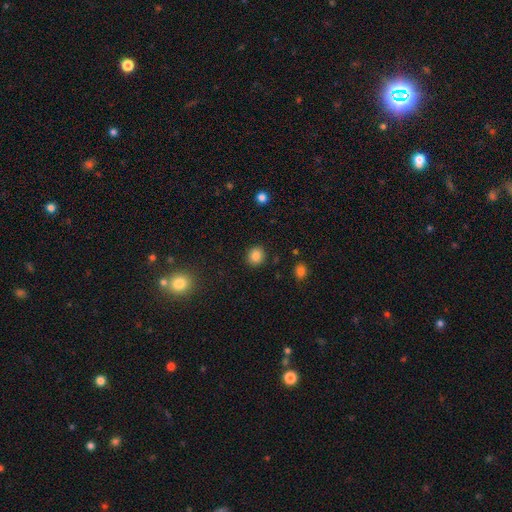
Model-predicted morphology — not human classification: Smooth or featured? Predicted: smooth (p=0.85). How rounded? Predicted: round (p=0.82). Merging? Predicted: none (p=0.90).